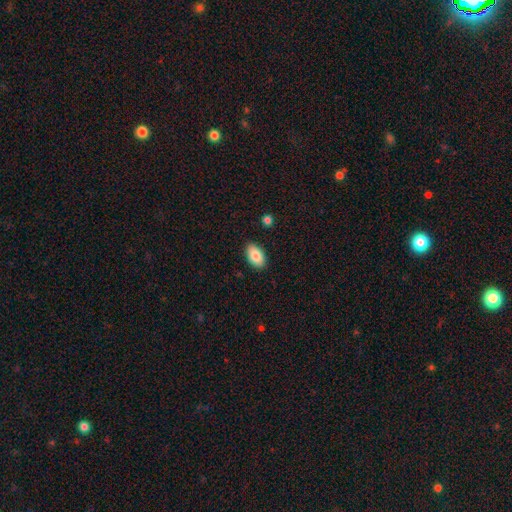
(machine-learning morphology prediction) Smooth or featured?
  - smooth: 85% *
  - featured or disk: 8%
  - star or artifact: 7%
How rounded?
  - in between: 93% *
  - round: 5%
  - cigar-shaped: 1%
Merging?
  - none: 87% *
  - minor disturbance: 9%
  - major disturbance: 2%
  - merger: 1%